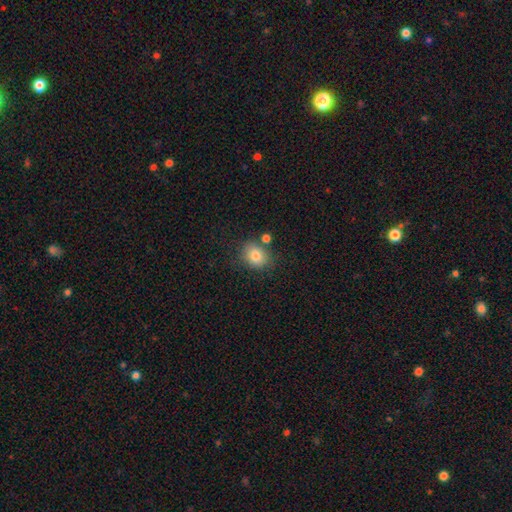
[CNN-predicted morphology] smooth-or-featured: smooth: 80% | star or artifact: 11% | featured or disk: 9%
  how-rounded: round: 57% | in between: 42% | cigar-shaped: 1%
  merging: none: 71% | minor disturbance: 14% | merger: 11% | major disturbance: 4%